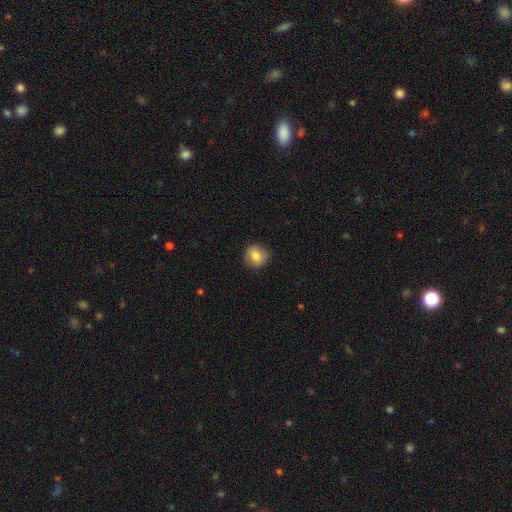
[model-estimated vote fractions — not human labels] A smooth galaxy with no disk features (81%) that is round (86%).

Vote fractions:
- Smooth or featured? smooth: 81% / featured or disk: 10% / star or artifact: 9%
- How rounded? round: 86% / in between: 13% / cigar-shaped: 1%
- Merging? none: 85% / minor disturbance: 11% / major disturbance: 3% / merger: 1%